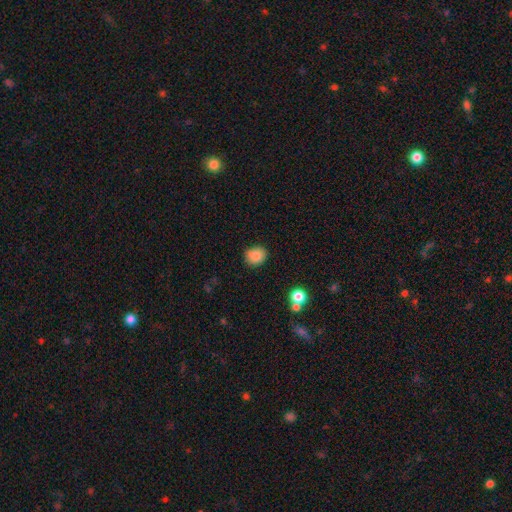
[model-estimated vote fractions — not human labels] This is clearly a smooth galaxy (86%). How rounded: likely round (74%). Merging: clearly none (87%).